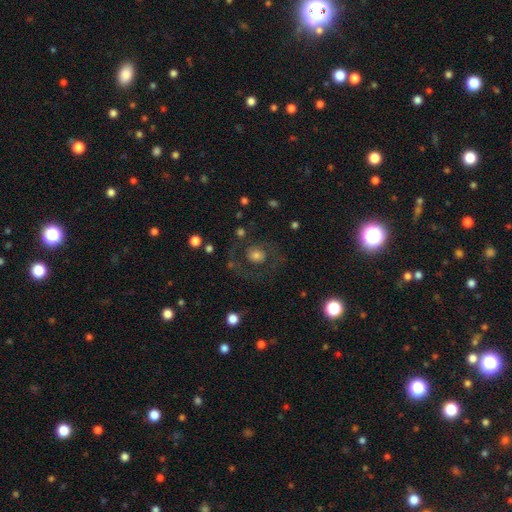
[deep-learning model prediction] A smooth galaxy with no disk features (48%).

Vote fractions:
- Smooth or featured? smooth: 48% / featured or disk: 41% / star or artifact: 11%
- Merging? none: 67% / major disturbance: 17% / minor disturbance: 13% / merger: 2%